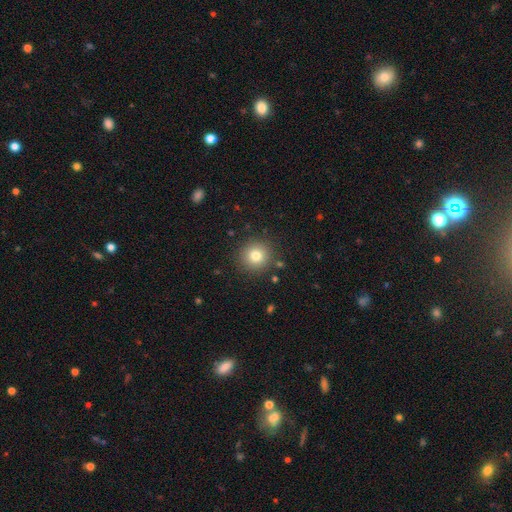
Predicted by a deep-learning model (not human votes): A smooth galaxy with no disk features (79%) that is round (93%). Merging: none (89%).